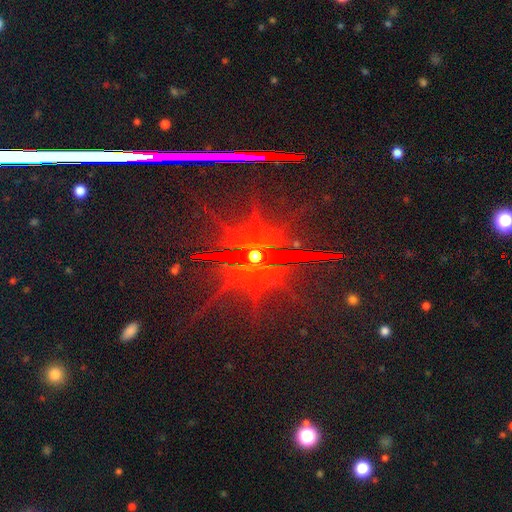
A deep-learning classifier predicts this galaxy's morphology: Smooth or featured?
  - star or artifact: 52% *
  - featured or disk: 33%
  - smooth: 15%